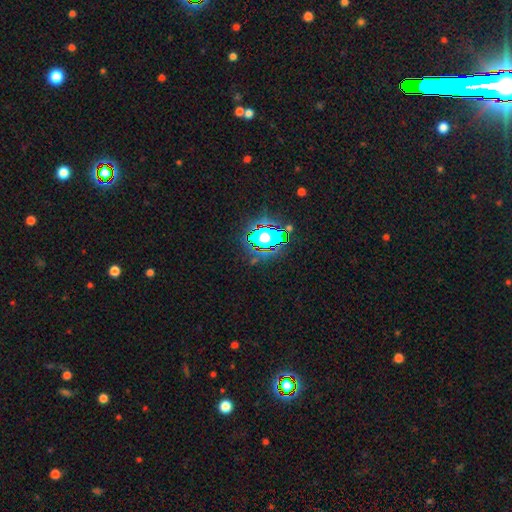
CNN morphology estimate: The model was most divided on "smooth or featured": star or artifact: 80%, smooth: 12%, featured or disk: 8%.